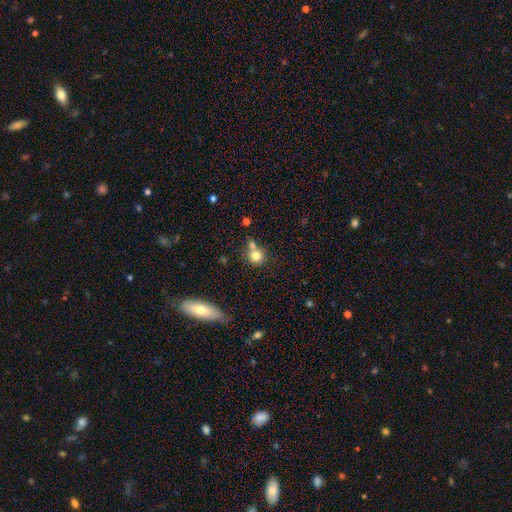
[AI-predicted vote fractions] smooth-or-featured: smooth: 77% | star or artifact: 12% | featured or disk: 11%
  how-rounded: round: 86% | in between: 12% | cigar-shaped: 1%
  merging: none: 49% | merger: 37% | minor disturbance: 10% | major disturbance: 4%